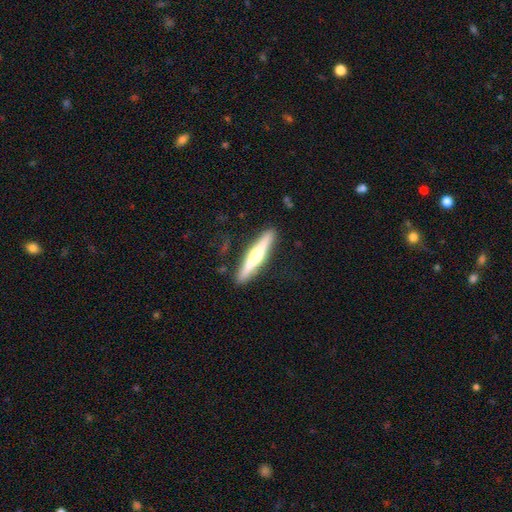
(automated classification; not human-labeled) smooth-or-featured: featured or disk: 57% | smooth: 38% | star or artifact: 5%
  disk-edge-on: yes: 97% | no: 3%
    edge-on-bulge: rounded: 80% | none: 10% | boxy: 10%
  merging: none: 89% | minor disturbance: 8% | major disturbance: 2% | merger: 1%